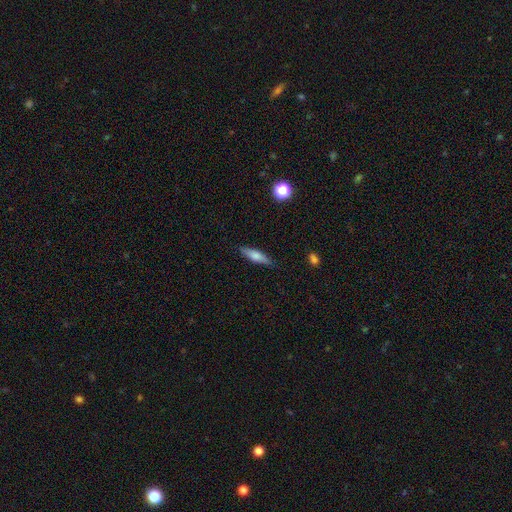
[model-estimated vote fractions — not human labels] smooth 62%, featured or disk 31%, star or artifact 7%. Down the decision tree: how rounded — cigar-shaped (66%); merging — none (86%).